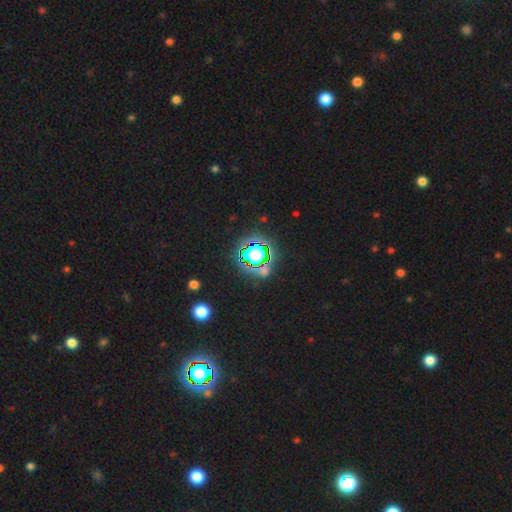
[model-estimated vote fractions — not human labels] Smooth or featured? Predicted: star or artifact (p=0.66).